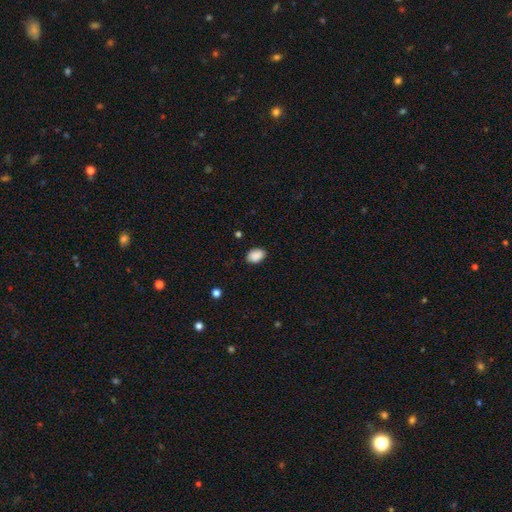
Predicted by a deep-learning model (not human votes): Smooth or featured?
  - smooth: 89% *
  - star or artifact: 8%
  - featured or disk: 3%
How rounded?
  - in between: 80% *
  - round: 19%
  - cigar-shaped: 1%
Merging?
  - none: 84% *
  - minor disturbance: 13%
  - major disturbance: 3%
  - merger: 1%